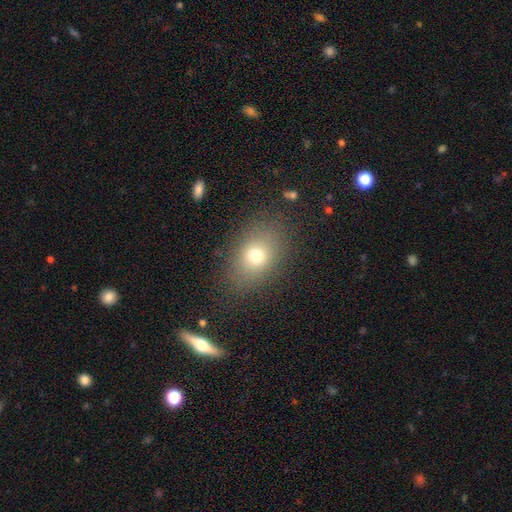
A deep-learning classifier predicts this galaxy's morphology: This appears to be a smooth galaxy with no disk features (72%) that is in between round and cigar-shaped (71%). Merging: none (83%).